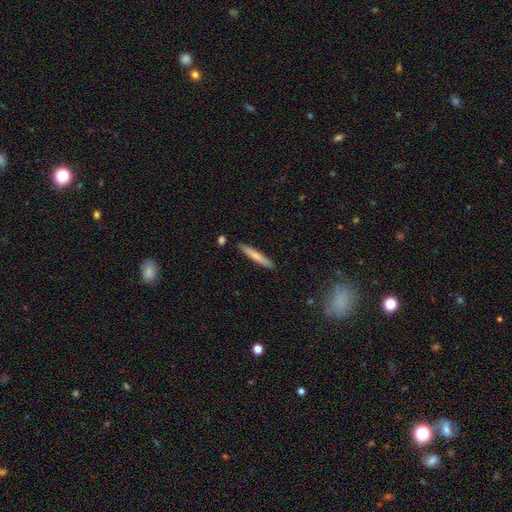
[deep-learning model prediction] Q: Smooth or featured?
A: smooth (71%); runner-up: featured or disk (24%)
Q: How rounded?
A: cigar-shaped (94%); runner-up: in between (5%)
Q: Merging?
A: none (88%); runner-up: minor disturbance (8%)